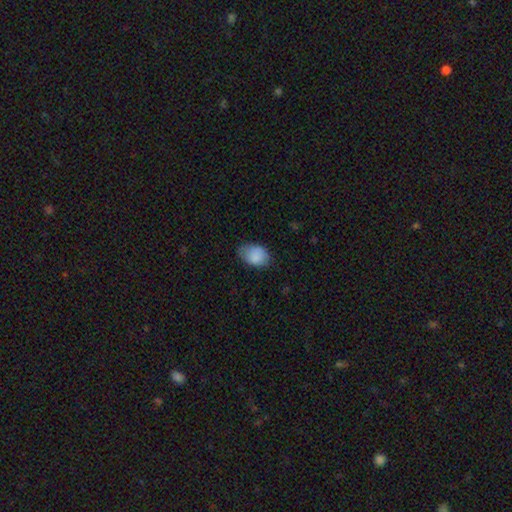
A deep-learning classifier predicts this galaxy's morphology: Q: Smooth or featured?
A: smooth (87%); runner-up: star or artifact (7%)
Q: How rounded?
A: in between (81%); runner-up: round (18%)
Q: Merging?
A: none (63%); runner-up: minor disturbance (30%)